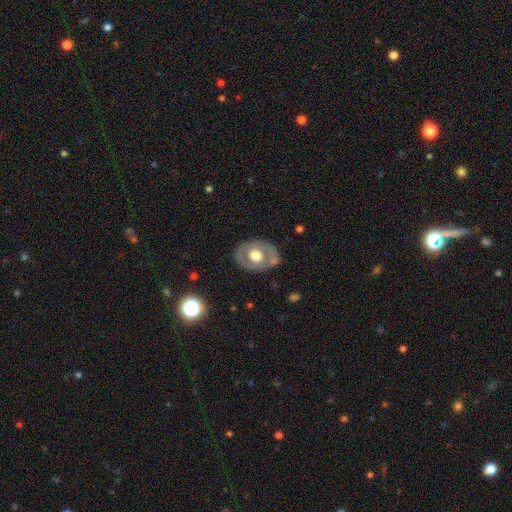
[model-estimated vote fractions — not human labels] Q: Smooth or featured?
A: featured or disk (52%); runner-up: smooth (42%)
Q: Edge-on disk?
A: no (91%); runner-up: yes (9%)
Q: Merging?
A: none (78%); runner-up: minor disturbance (14%)